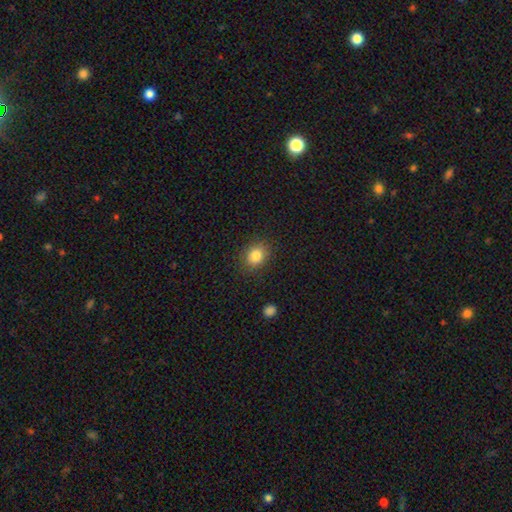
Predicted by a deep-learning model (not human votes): The model was most divided on "how rounded": round: 58%, in between: 41%, cigar-shaped: 1%. More confident: merging — none (87%); smooth or featured — smooth (84%).